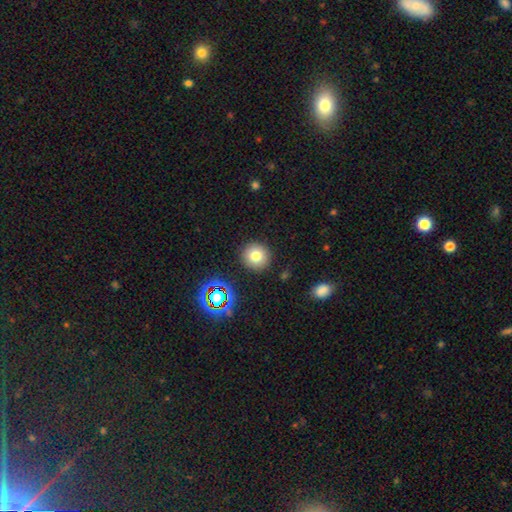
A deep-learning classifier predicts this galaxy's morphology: smooth_or_featured: smooth (p=0.75) [alt: star or artifact p=0.15]
how_rounded: round (p=0.94) [alt: in between p=0.05]
merging: none (p=0.90) [alt: minor disturbance p=0.06]